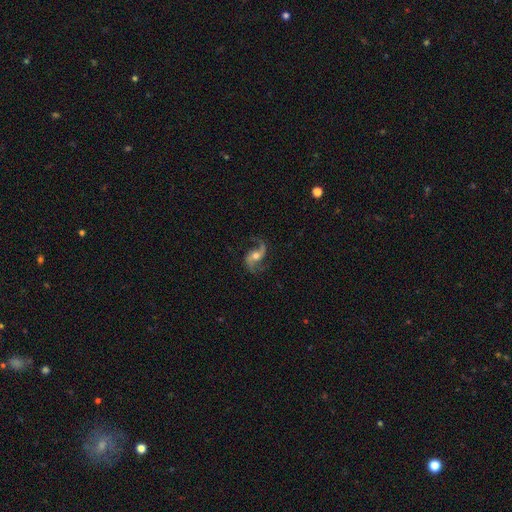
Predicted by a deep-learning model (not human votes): smooth_or_featured: featured or disk (p=0.87) [alt: smooth p=0.07]
disk_edge_on: no (p=0.97) [alt: yes p=0.03]
bar: no (p=0.48) [alt: weak p=0.34]
has_spiral_arms: yes (p=0.96) [alt: no p=0.04]
spiral_winding: loose (p=0.66) [alt: medium p=0.29]
spiral_arm_count: 2 (p=0.92) [alt: 1 p=0.02]
bulge_size: moderate (p=0.64) [alt: small p=0.26]
merging: none (p=0.75) [alt: minor disturbance p=0.14]